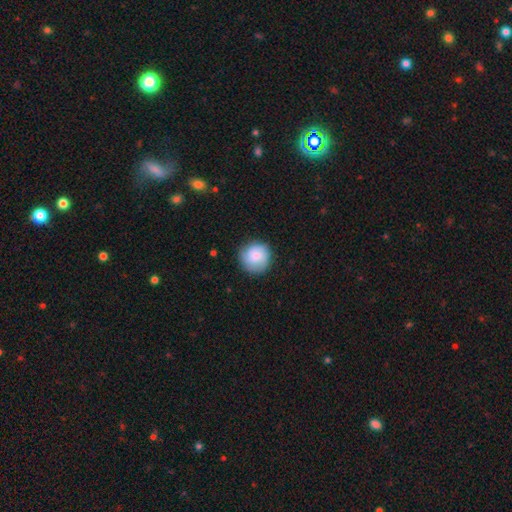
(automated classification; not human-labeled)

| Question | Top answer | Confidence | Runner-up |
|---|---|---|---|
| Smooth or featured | smooth | 70% | featured or disk (23%) |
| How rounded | round | 93% | in between (6%) |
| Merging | none | 82% | minor disturbance (13%) |